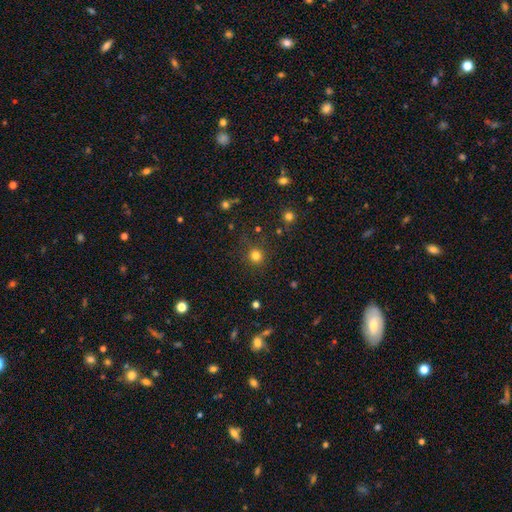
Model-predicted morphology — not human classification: Overall: smooth (80%). How rounded: round (93%). Merging: none (86%).